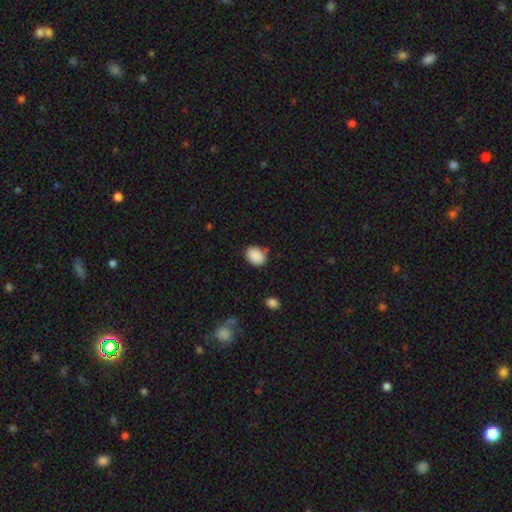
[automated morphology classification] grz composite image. It shows a smooth galaxy with no disk features (89%) that is in between round and cigar-shaped (64%). Merging: none (75%).